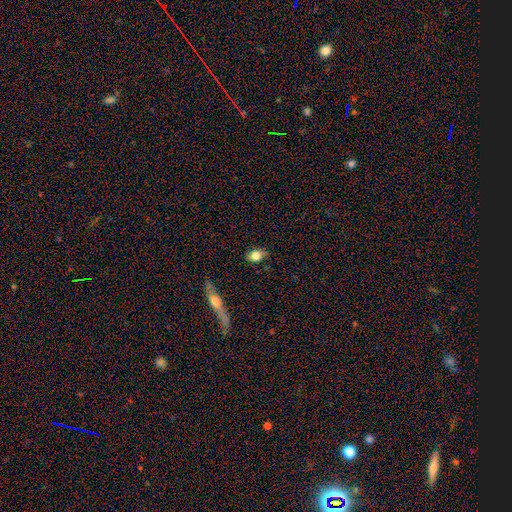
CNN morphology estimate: This is likely a smooth galaxy (77%). How rounded: likely in between (69%). Merging: likely none (74%).